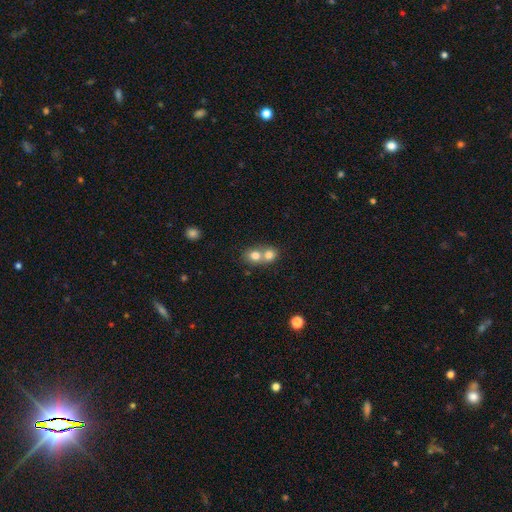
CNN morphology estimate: A smooth galaxy with no disk features (76%) that is round (71%).

Vote fractions:
- Smooth or featured? smooth: 76% / featured or disk: 14% / star or artifact: 10%
- How rounded? round: 71% / in between: 28% / cigar-shaped: 1%
- Merging? merger: 68% / none: 26% / minor disturbance: 4% / major disturbance: 2%